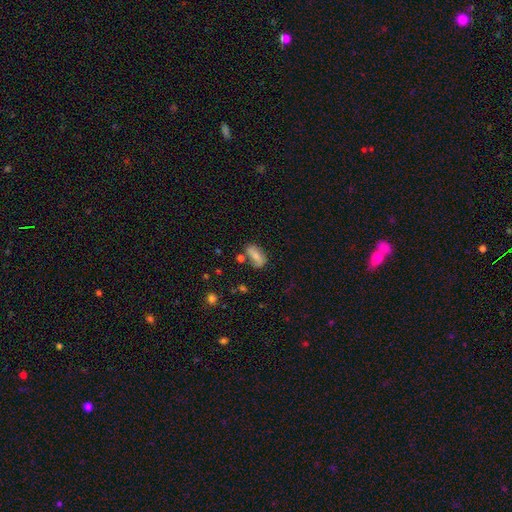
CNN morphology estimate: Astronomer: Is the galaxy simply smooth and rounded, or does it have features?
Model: smooth — 69%.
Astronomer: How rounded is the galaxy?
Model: in between — 81%.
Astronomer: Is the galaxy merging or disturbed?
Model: none — 63%.